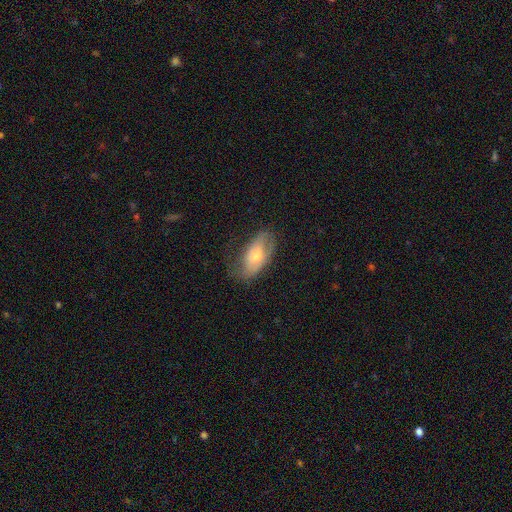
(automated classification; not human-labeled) Smooth or featured? Predicted: smooth (p=0.47). Merging? Predicted: none (p=0.57).